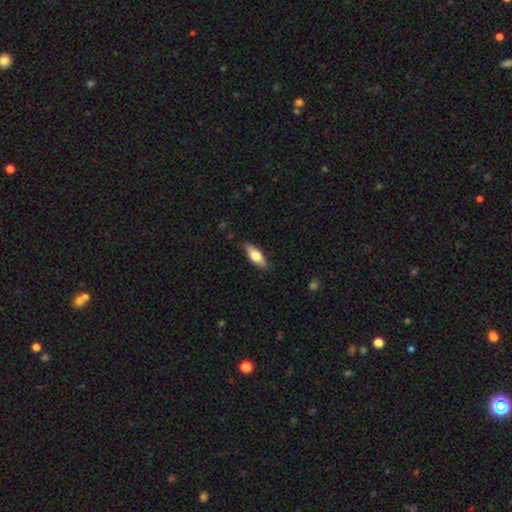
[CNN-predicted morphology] A smooth galaxy with no disk features (67%) that is in between round and cigar-shaped (76%). Merging: none (83%).